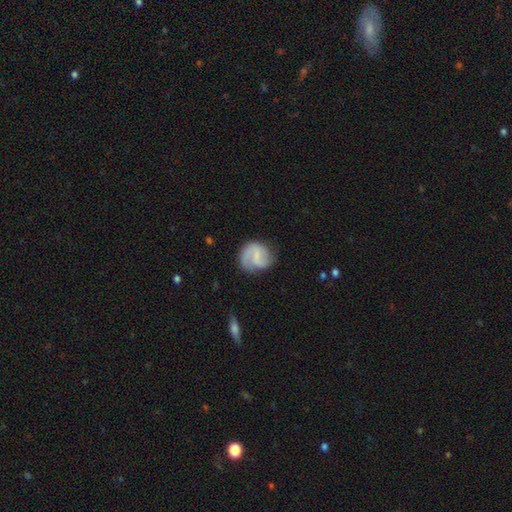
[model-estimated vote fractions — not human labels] Smooth or featured? Predicted: featured or disk (p=0.62). Edge-on disk? Predicted: no (p=0.98). Bar? Predicted: weak (p=0.53). Spiral arms? Predicted: yes (p=0.91). Spiral winding? Predicted: medium (p=0.46). Spiral arm count? Predicted: 2 (p=0.71). Bulge size? Predicted: none (p=0.45). Merging? Predicted: none (p=0.69).